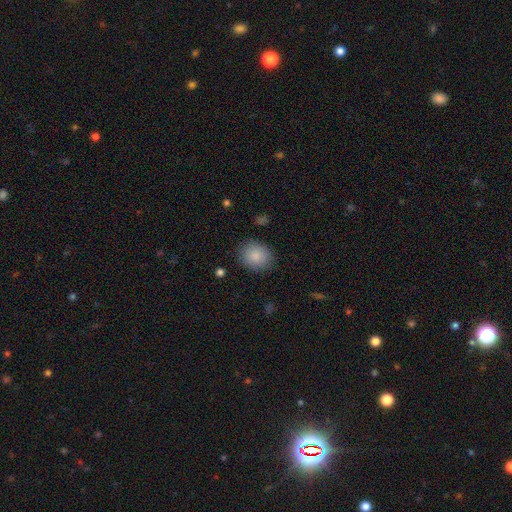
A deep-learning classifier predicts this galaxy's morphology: This appears to be a smooth galaxy with no disk features (87%) that is round (60%). Merging: none (85%).